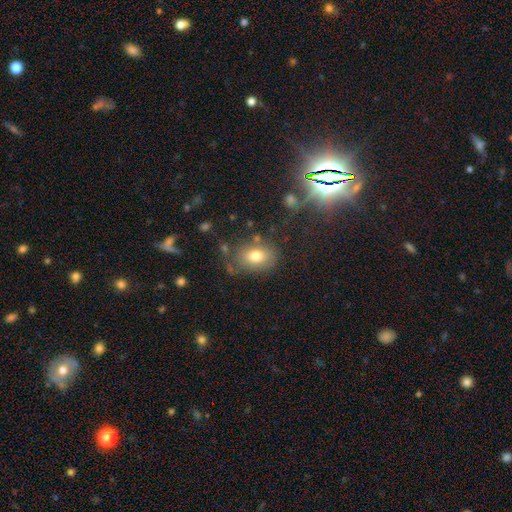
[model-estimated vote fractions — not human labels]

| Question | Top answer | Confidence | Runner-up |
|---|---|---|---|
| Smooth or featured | smooth | 75% | featured or disk (15%) |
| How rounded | in between | 76% | round (23%) |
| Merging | none | 71% | minor disturbance (18%) |